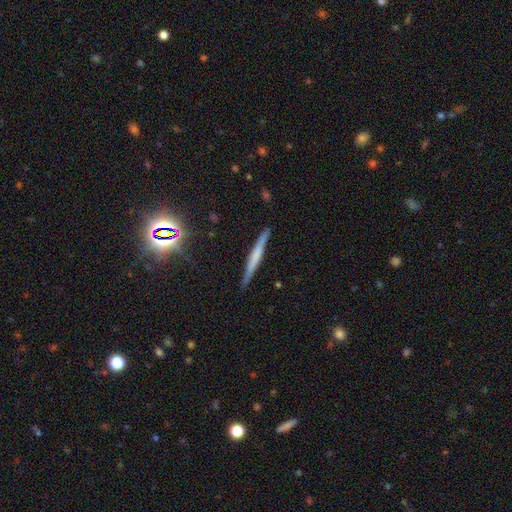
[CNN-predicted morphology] Smooth or featured: featured or disk — 48% (smooth — 40%)
Merging: none — 88% (minor disturbance — 9%)